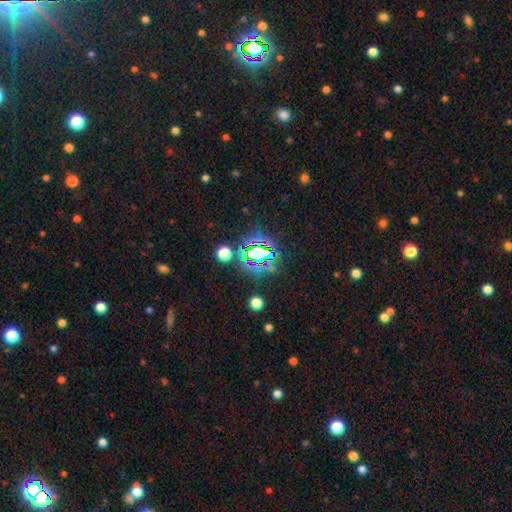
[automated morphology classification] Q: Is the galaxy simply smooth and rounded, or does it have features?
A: star or artifact — 67%.